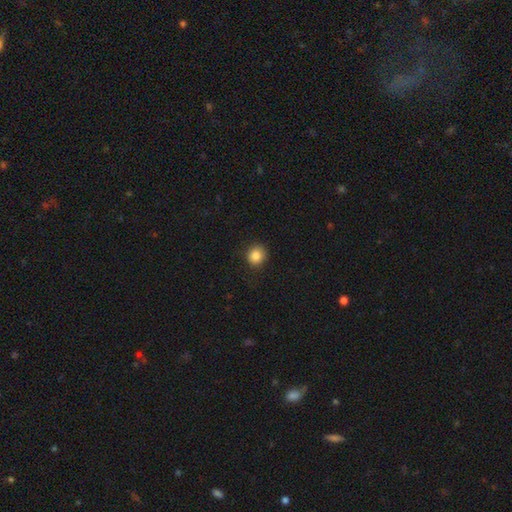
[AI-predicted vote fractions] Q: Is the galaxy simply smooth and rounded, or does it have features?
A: smooth — 86%.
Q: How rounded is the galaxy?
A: round — 87%.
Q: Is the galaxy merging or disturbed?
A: none — 87%.